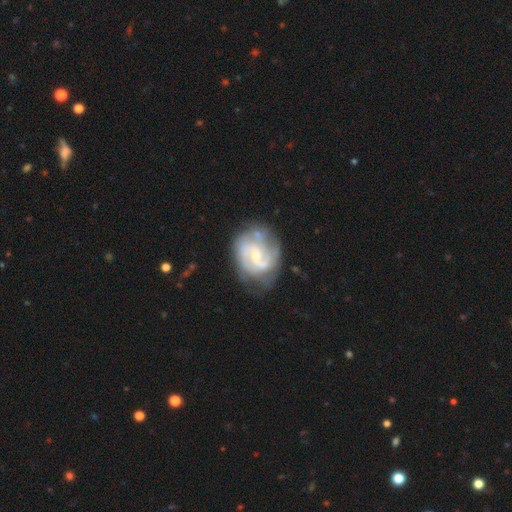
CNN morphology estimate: Smooth or featured?
  - featured or disk: 79% *
  - smooth: 15%
  - star or artifact: 6%
Edge-on disk?
  - no: 98% *
  - yes: 2%
Bar?
  - weak: 45% *
  - no: 44%
  - strong: 10%
Spiral arms?
  - yes: 86% *
  - no: 14%
Spiral winding?
  - medium: 43% *
  - tight: 41%
  - loose: 17%
Spiral arm count?
  - 2: 51% *
  - can't tell: 27%
  - 3: 11%
  - 1: 5%
  - 4: 3%
  - more than 4: 3%
Bulge size?
  - small: 60% *
  - moderate: 30%
  - none: 7%
  - large: 2%
  - dominant: 1%
Merging?
  - none: 55% *
  - minor disturbance: 24%
  - major disturbance: 16%
  - merger: 5%